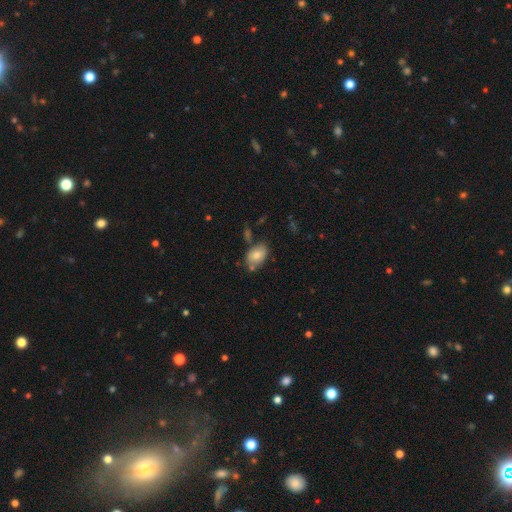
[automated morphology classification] Smooth or featured: smooth — 75% (featured or disk — 17%)
How rounded: in between — 87% (round — 12%)
Merging: none — 66% (minor disturbance — 18%)